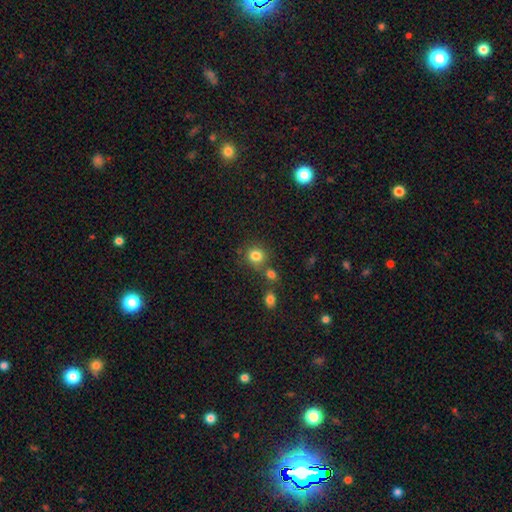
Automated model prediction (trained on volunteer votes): Smooth or featured?
  - smooth: 81% *
  - star or artifact: 13%
  - featured or disk: 6%
How rounded?
  - round: 83% *
  - in between: 16%
  - cigar-shaped: 1%
Merging?
  - none: 67% *
  - merger: 17%
  - minor disturbance: 11%
  - major disturbance: 4%